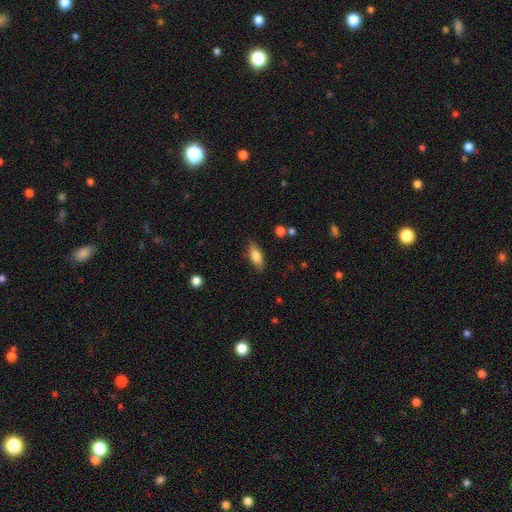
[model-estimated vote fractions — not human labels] A smooth galaxy with no disk features (76%) that is in between round and cigar-shaped (75%). Merging: none (85%).